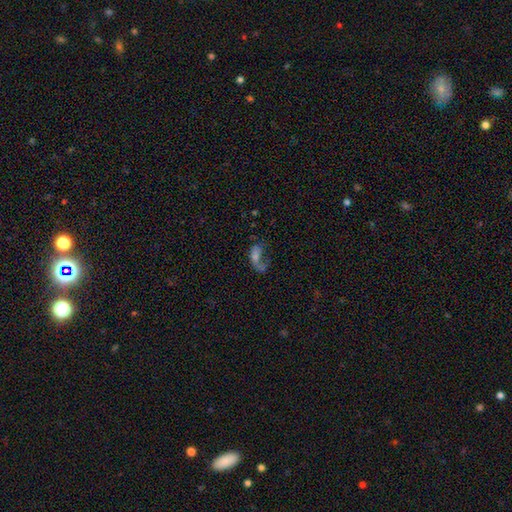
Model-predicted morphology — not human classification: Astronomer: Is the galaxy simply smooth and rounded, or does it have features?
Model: featured or disk — 47% (runner-up: smooth, 35%).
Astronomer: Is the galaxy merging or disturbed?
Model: major disturbance — 40% (runner-up: none, 30%).